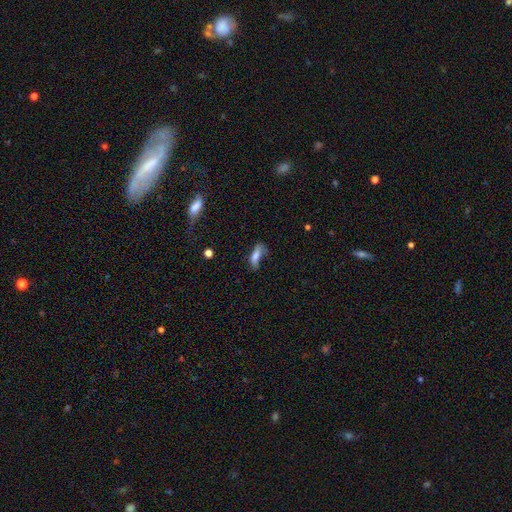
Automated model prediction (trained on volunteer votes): This appears to be a smooth galaxy with no disk features (71%) that is in between round and cigar-shaped (63%). Merging: none (35%).